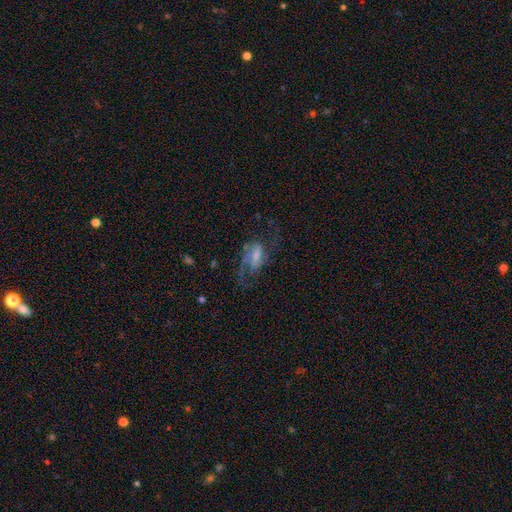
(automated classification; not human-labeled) This is likely a featured or disk galaxy (71%). It is clearly not viewed edge-on (95%). Bar: possibly weak (48%). Spiral arm pattern: clearly yes (87%). Spiral arm count: likely 2 (68%). Spiral winding: marginally loose (44%). Central bulge: marginally small (36%). Merging: marginally none (44%).